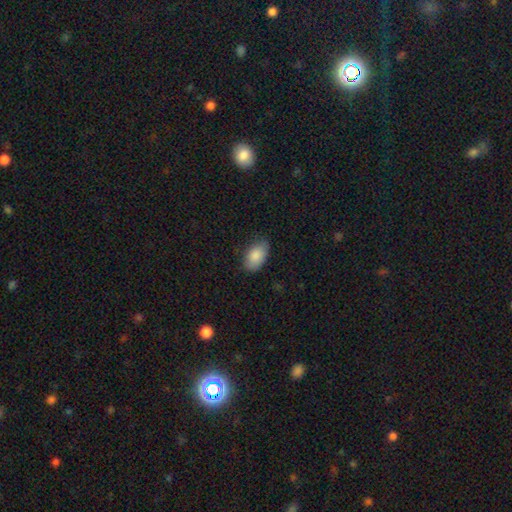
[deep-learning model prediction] This appears to be a smooth galaxy with no disk features (85%) that is in between round and cigar-shaped (94%). Merging: none (76%).